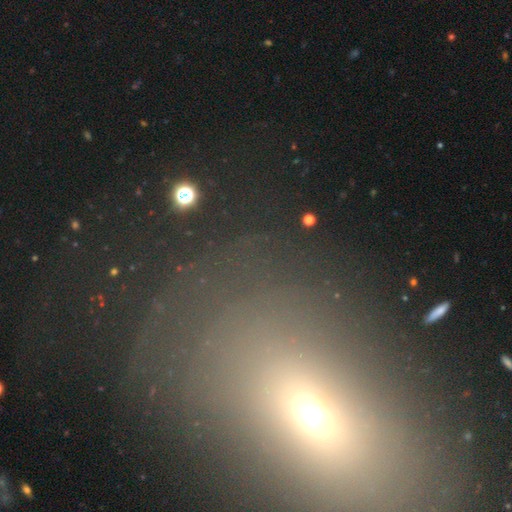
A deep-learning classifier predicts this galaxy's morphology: The model was most divided on "smooth or featured": smooth: 40%, star or artifact: 38%, featured or disk: 21%. More confident: merging — none (73%).